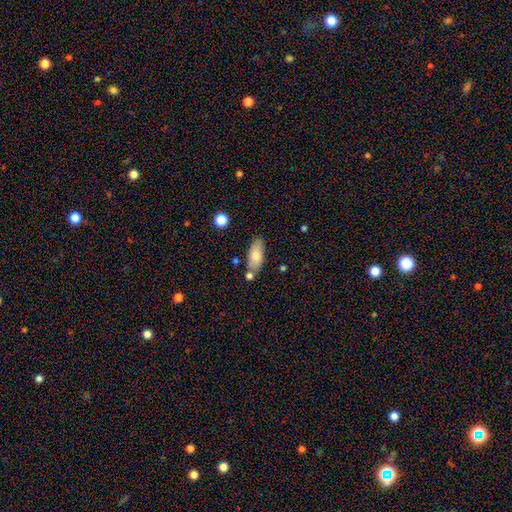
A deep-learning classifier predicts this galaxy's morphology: Smooth or featured? Predicted: smooth (p=0.79). How rounded? Predicted: in between (p=0.85). Merging? Predicted: none (p=0.70).